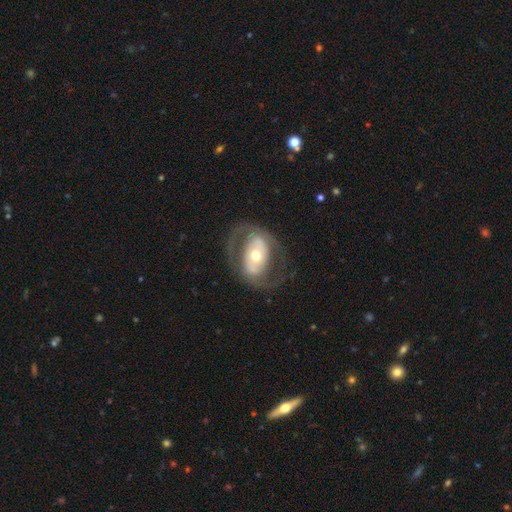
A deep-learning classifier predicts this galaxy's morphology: This is likely a featured or disk galaxy (72%). It is clearly not viewed edge-on (94%). Bar: possibly no (57%). Spiral arm pattern: possibly yes (57%). Central bulge: likely moderate (66%). Merging: likely none (68%).